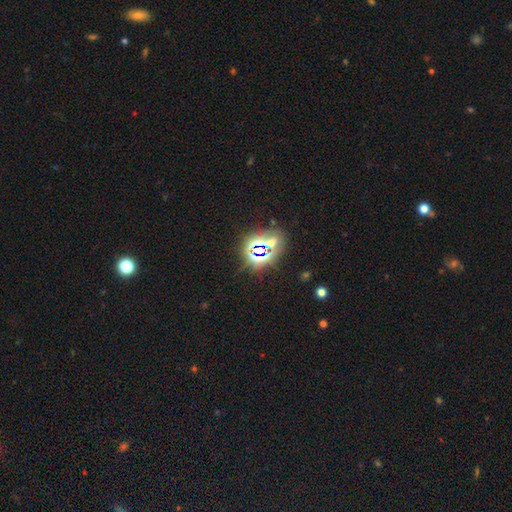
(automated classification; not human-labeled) Smooth or featured?
  - star or artifact: 77% *
  - smooth: 14%
  - featured or disk: 9%